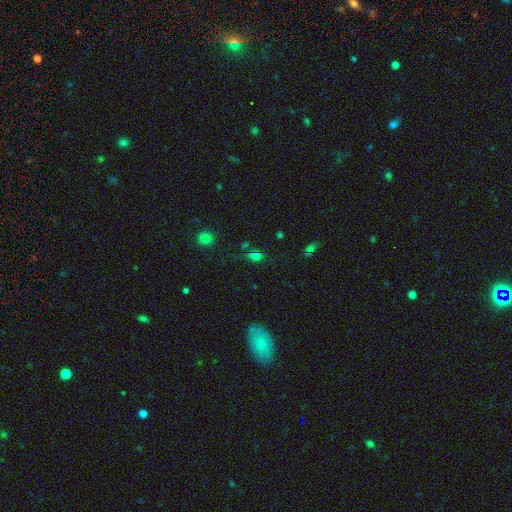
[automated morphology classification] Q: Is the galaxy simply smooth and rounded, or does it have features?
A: smooth — 62%.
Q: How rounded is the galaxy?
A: in between — 58%.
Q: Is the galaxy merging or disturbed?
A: none — 64%.